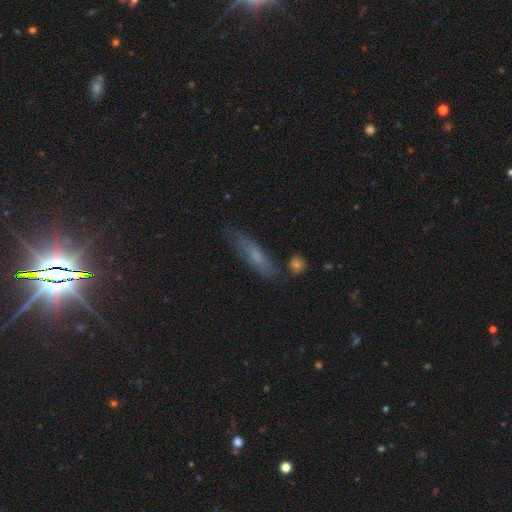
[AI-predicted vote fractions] Q: Smooth or featured?
A: smooth (53%); runner-up: featured or disk (36%)
Q: How rounded?
A: cigar-shaped (61%); runner-up: in between (35%)
Q: Merging?
A: none (70%); runner-up: minor disturbance (19%)